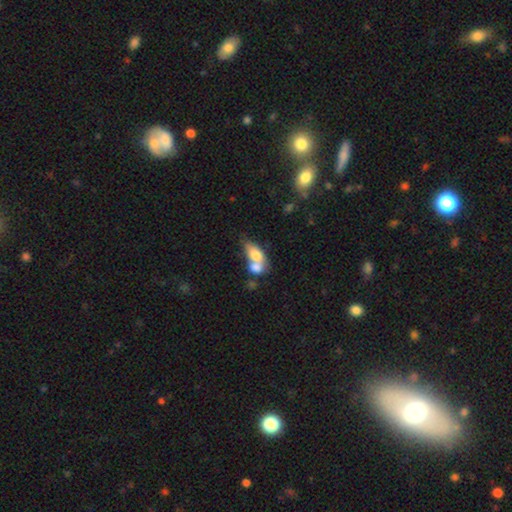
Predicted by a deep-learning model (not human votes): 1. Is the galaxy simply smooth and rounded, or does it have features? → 71% smooth, 22% featured or disk, 8% star or artifact.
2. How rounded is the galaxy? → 79% in between, 15% round, 6% cigar-shaped.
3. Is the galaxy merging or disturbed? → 71% merger, 17% none, 8% minor disturbance, 5% major disturbance.